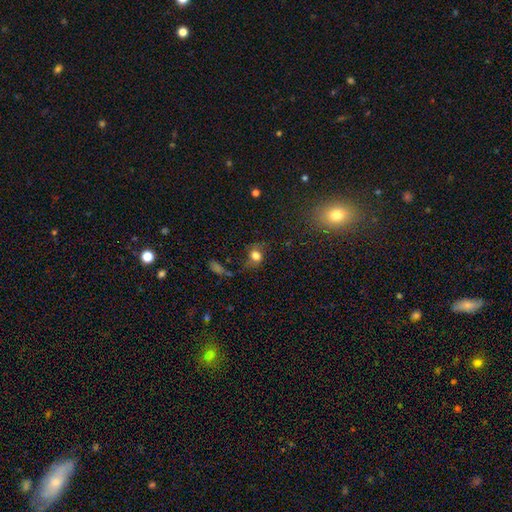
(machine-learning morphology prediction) A smooth galaxy with no disk features (67%) that is round (60%). Merging: none (56%).